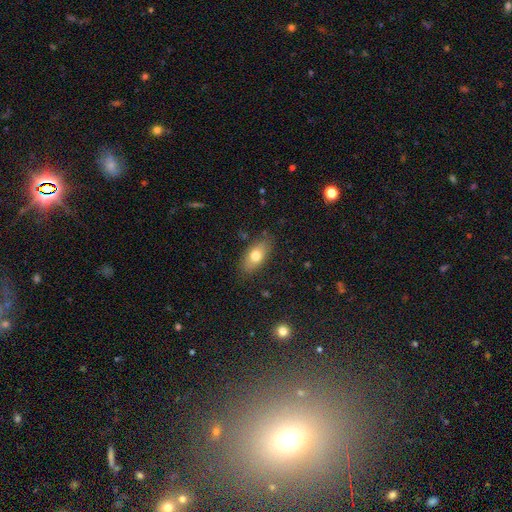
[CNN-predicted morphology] A smooth galaxy with no disk features (73%) that is in between round and cigar-shaped (86%).

Vote fractions:
- Smooth or featured? smooth: 73% / featured or disk: 19% / star or artifact: 8%
- How rounded? in between: 86% / cigar-shaped: 9% / round: 6%
- Merging? none: 84% / minor disturbance: 12% / major disturbance: 3% / merger: 1%